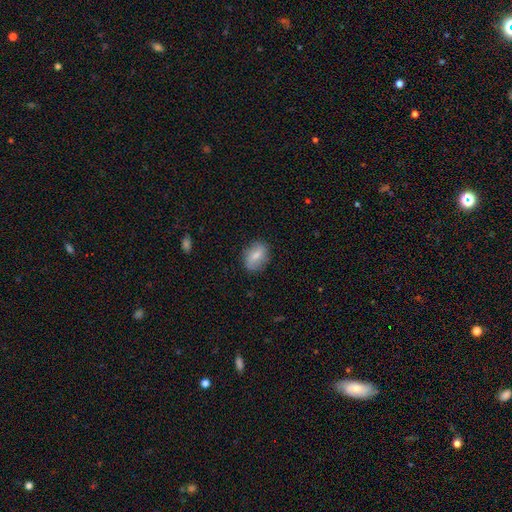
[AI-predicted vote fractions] The model was most divided on "smooth or featured": smooth: 67%, featured or disk: 25%, star or artifact: 8%. More confident: merging — none (81%); how rounded — in between (74%).